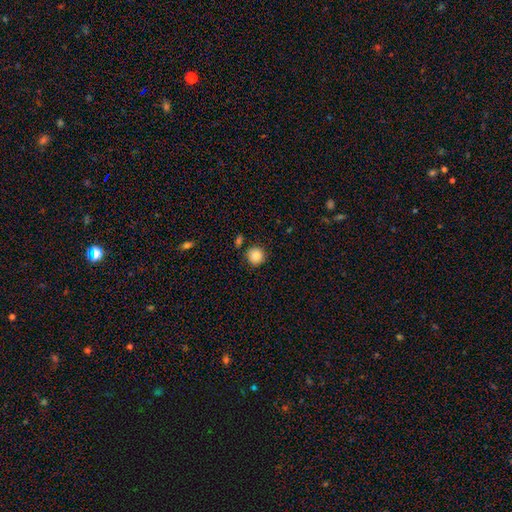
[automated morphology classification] The model was most divided on "merging": none: 84%, minor disturbance: 9%, merger: 4%, major disturbance: 3%. More confident: how rounded — round (93%); smooth or featured — smooth (87%).